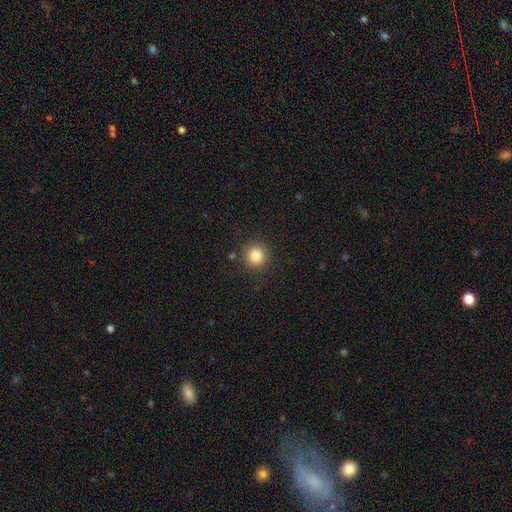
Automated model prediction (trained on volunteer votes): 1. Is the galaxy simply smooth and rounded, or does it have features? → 83% smooth, 12% star or artifact, 5% featured or disk.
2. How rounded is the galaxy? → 94% round, 5% in between, 1% cigar-shaped.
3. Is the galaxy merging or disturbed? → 90% none, 6% minor disturbance, 2% major disturbance, 2% merger.